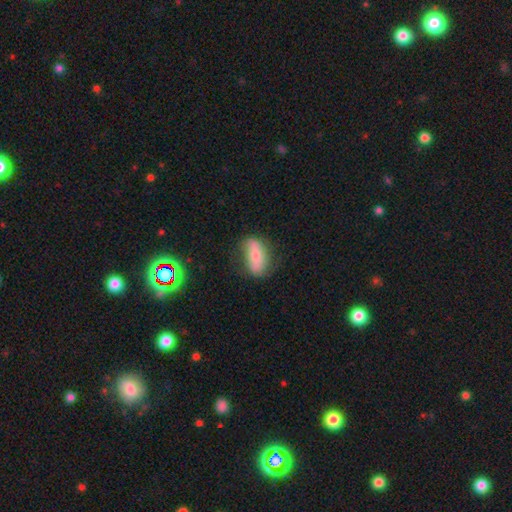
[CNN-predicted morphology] smooth_or_featured: smooth (p=0.65) [alt: featured or disk p=0.27]
how_rounded: in between (p=0.76) [alt: cigar-shaped p=0.19]
merging: none (p=0.62) [alt: minor disturbance p=0.25]